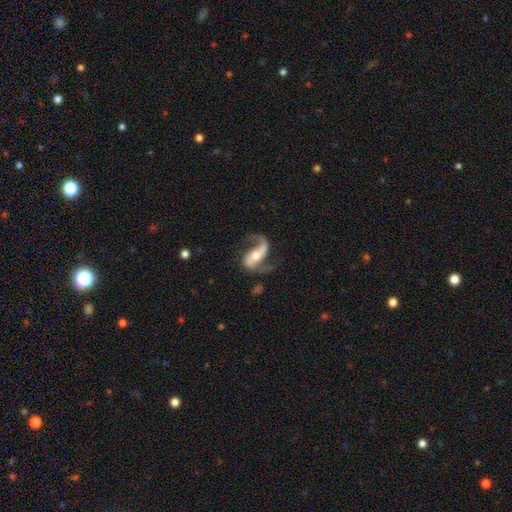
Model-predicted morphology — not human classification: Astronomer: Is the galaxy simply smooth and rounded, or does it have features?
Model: featured or disk — 87%.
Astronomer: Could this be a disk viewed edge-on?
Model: no — 96%.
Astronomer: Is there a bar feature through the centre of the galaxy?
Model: strong — 41% (runner-up: weak, 32%).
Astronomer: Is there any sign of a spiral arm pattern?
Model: yes — 96%.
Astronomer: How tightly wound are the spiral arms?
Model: loose — 63%.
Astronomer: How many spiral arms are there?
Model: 2 — 88%.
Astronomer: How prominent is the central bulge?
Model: moderate — 62%.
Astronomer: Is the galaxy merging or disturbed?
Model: none — 66%.